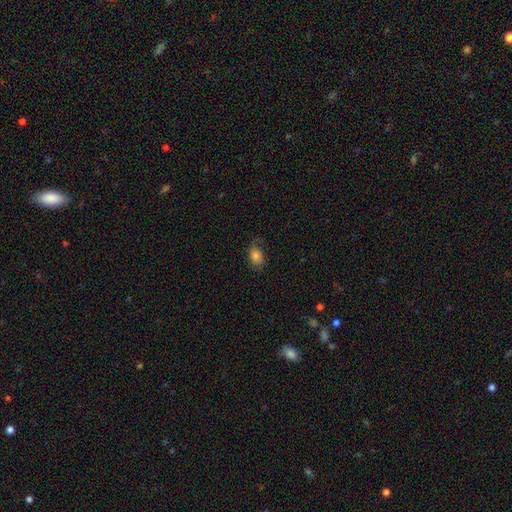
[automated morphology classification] smooth_or_featured: smooth (p=0.77) [alt: featured or disk p=0.14]
how_rounded: in between (p=0.81) [alt: round p=0.18]
merging: none (p=0.58) [alt: minor disturbance p=0.26]